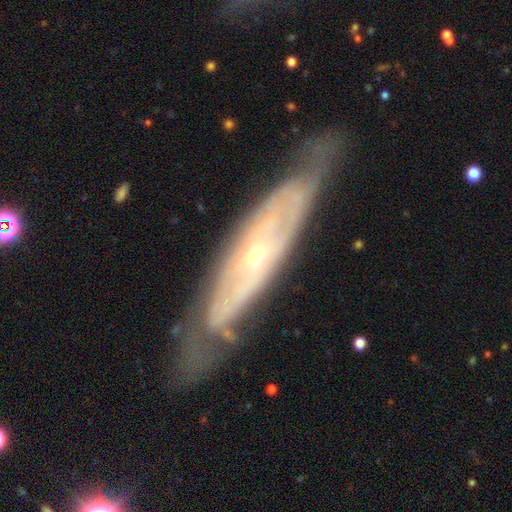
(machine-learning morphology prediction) featured or disk 81%, smooth 13%, star or artifact 6%. Down the decision tree: edge-on disk — no (70%); bar — no (72%); spiral arms — yes (79%); bulge size — small (78%); merging — none (70%).